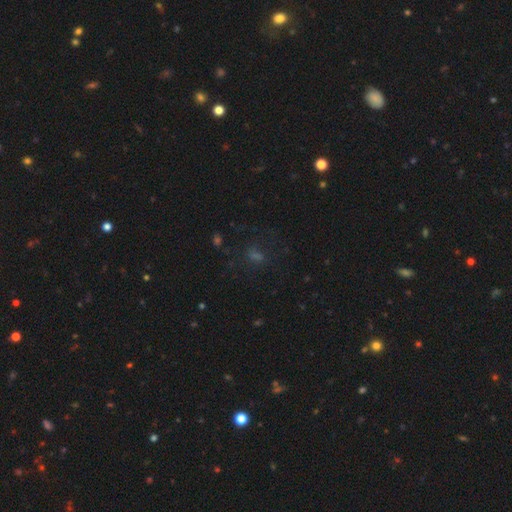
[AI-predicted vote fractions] Overall: smooth (45%; star or artifact 38%). Merging: none (66%).